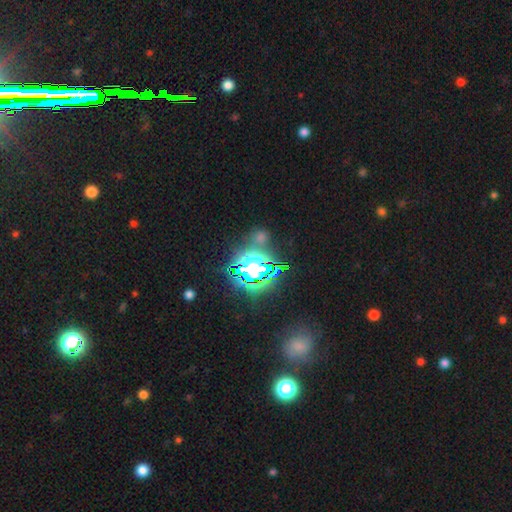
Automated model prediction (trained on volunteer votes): Overall: star or artifact (80%).